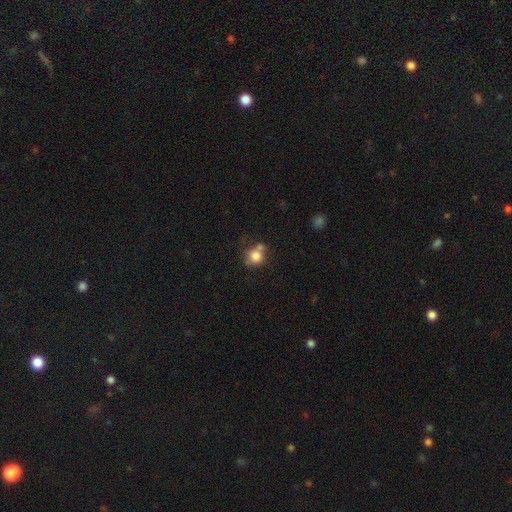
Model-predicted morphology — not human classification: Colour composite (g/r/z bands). It shows a smooth galaxy with no disk features (80%) that is round (82%). Merging: none (50%).